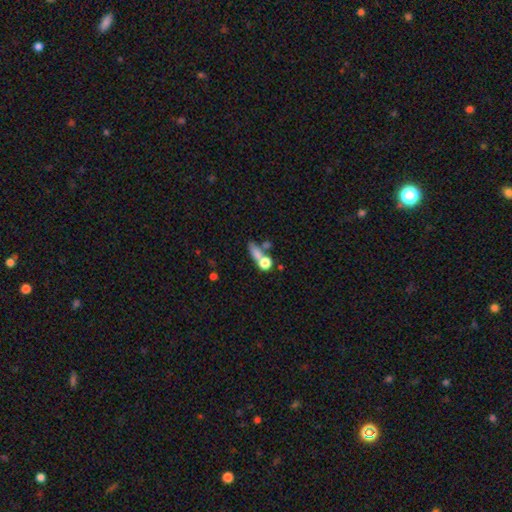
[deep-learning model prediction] smooth 67%, featured or disk 18%, star or artifact 14%. Down the decision tree: how rounded — in between (40%); merging — merger (40%).